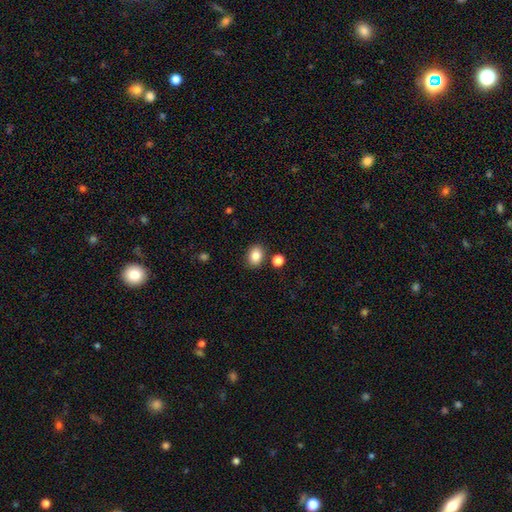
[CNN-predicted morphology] A smooth galaxy with no disk features (85%) that is in between round and cigar-shaped (62%). Merging: none (83%).